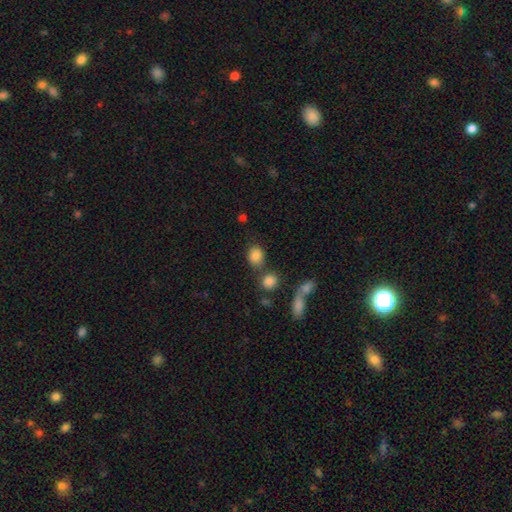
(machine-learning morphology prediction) type=smooth (83%); roundness=round (57%); merging=none (64%).